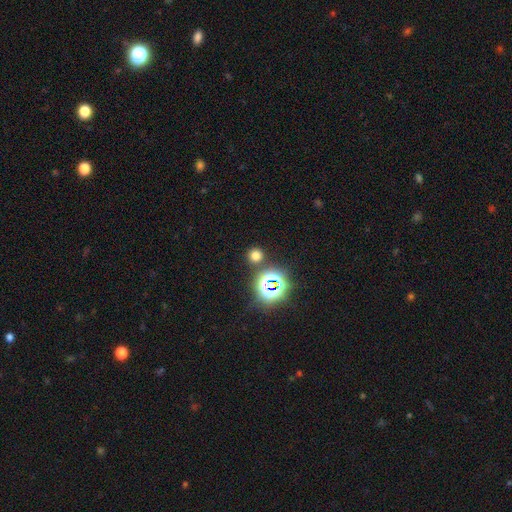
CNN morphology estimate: Overall: smooth (65%; star or artifact 29%). How rounded: round (91%). Merging: none (84%).